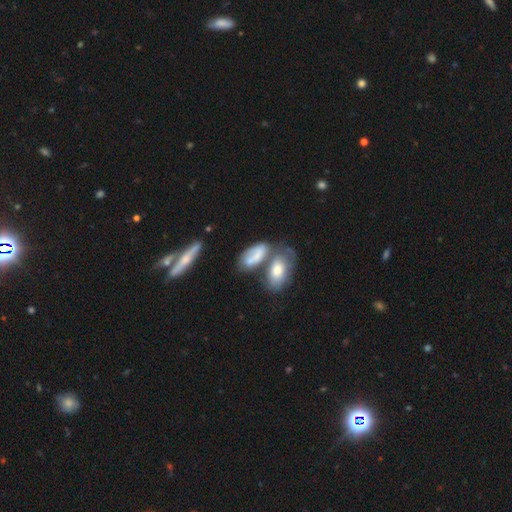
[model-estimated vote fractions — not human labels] A smooth galaxy with no disk features (57%) that is in between round and cigar-shaped (86%). Merging: merger (38%).